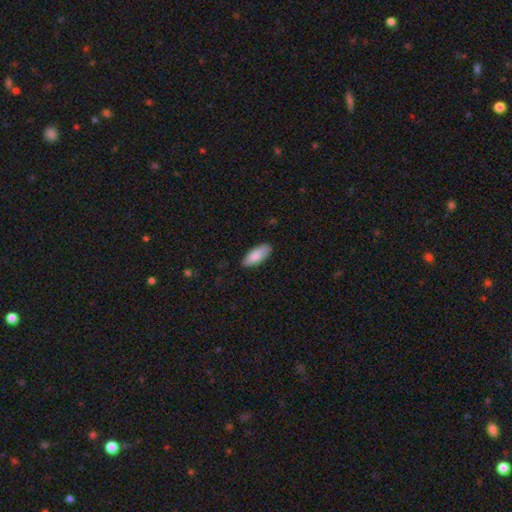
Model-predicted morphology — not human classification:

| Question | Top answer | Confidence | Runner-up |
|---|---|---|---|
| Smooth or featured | smooth | 86% | featured or disk (8%) |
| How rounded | in between | 81% | cigar-shaped (17%) |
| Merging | none | 84% | minor disturbance (13%) |